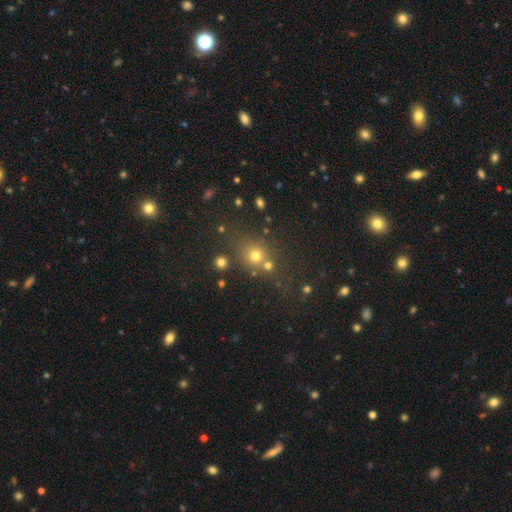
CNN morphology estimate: Smooth or featured?
  - smooth: 63% *
  - star or artifact: 27%
  - featured or disk: 10%
How rounded?
  - round: 83% *
  - in between: 15%
  - cigar-shaped: 1%
Merging?
  - none: 64% *
  - merger: 20%
  - minor disturbance: 10%
  - major disturbance: 5%